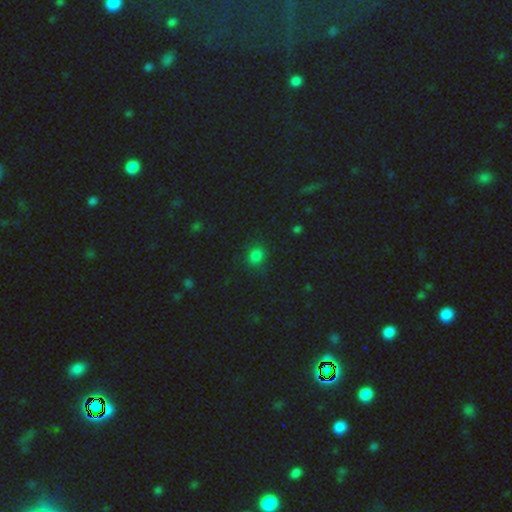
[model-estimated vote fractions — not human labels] Q: Smooth or featured?
A: smooth (74%); runner-up: star or artifact (21%)
Q: How rounded?
A: round (69%); runner-up: in between (30%)
Q: Merging?
A: none (82%); runner-up: minor disturbance (11%)